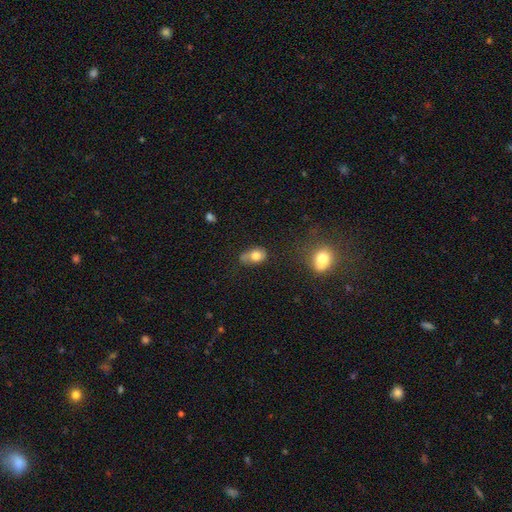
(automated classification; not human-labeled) Smooth or featured? smooth (72%)
How rounded? in between (73%)
Merging? none (43%)